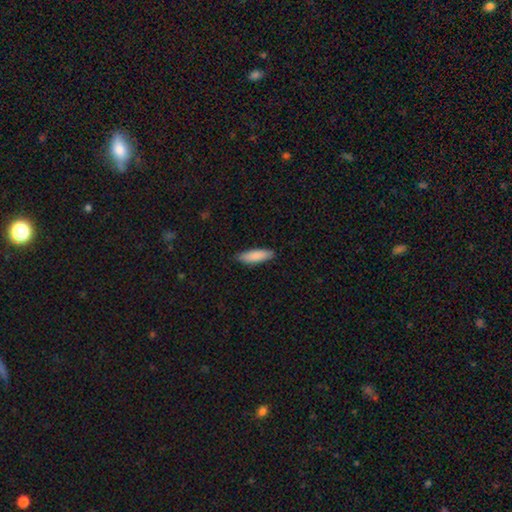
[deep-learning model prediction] Smooth or featured: smooth — 88% (featured or disk — 7%)
How rounded: cigar-shaped — 56% (in between — 43%)
Merging: none — 86% (minor disturbance — 11%)